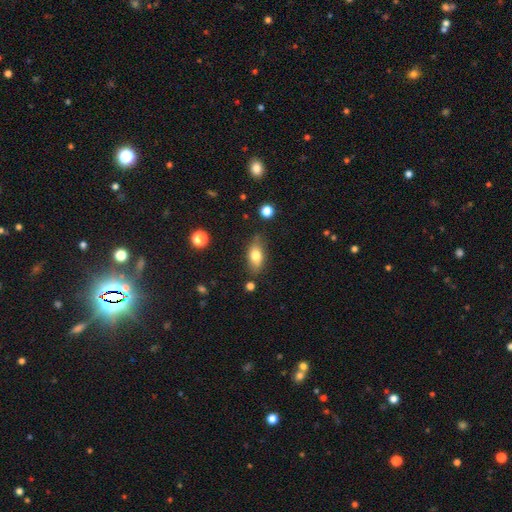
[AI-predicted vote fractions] smooth-or-featured: smooth: 73% | featured or disk: 19% | star or artifact: 8%
  how-rounded: in between: 82% | cigar-shaped: 12% | round: 6%
  merging: none: 76% | minor disturbance: 17% | major disturbance: 4% | merger: 3%